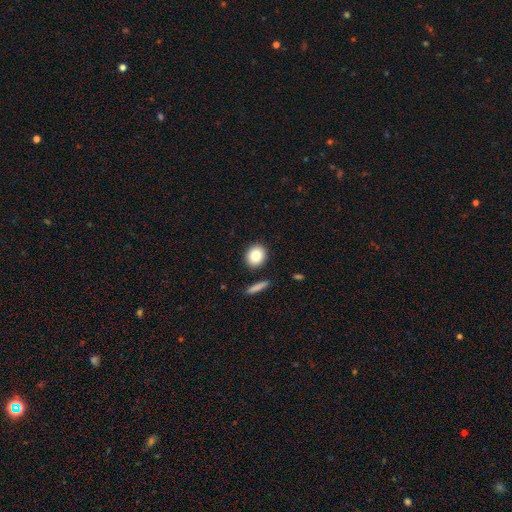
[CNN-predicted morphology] Q: Smooth or featured?
A: smooth (82%); runner-up: featured or disk (9%)
Q: How rounded?
A: round (65%); runner-up: in between (33%)
Q: Merging?
A: none (87%); runner-up: minor disturbance (7%)